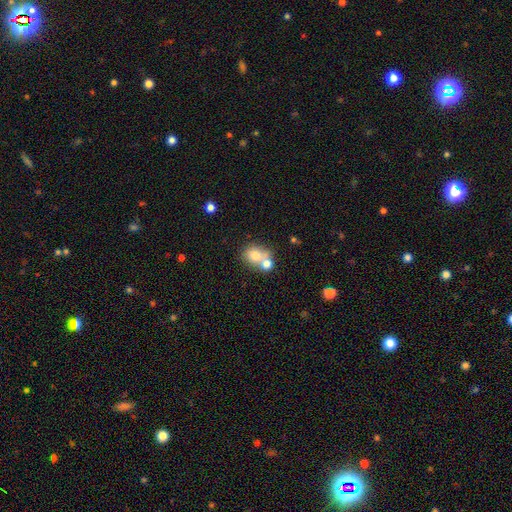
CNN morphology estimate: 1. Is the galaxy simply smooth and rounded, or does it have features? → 72% smooth, 17% featured or disk, 11% star or artifact.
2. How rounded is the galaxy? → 63% round, 36% in between, 1% cigar-shaped.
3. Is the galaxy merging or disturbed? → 53% merger, 35% none, 8% minor disturbance, 4% major disturbance.